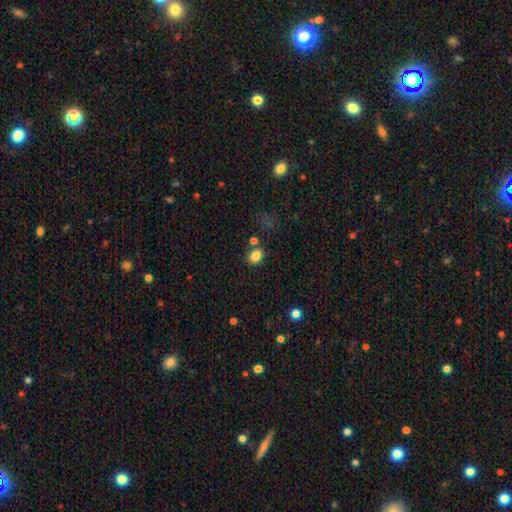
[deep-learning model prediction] smooth_or_featured: smooth (p=0.83) [alt: star or artifact p=0.11]
how_rounded: in between (p=0.50) [alt: round p=0.49]
merging: none (p=0.75) [alt: minor disturbance p=0.13]